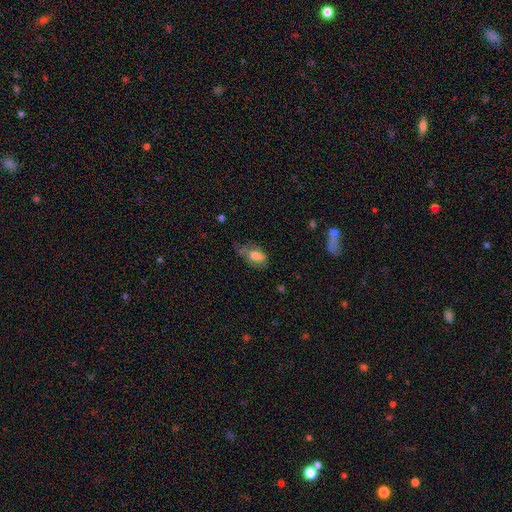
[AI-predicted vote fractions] Smooth or featured?
  - smooth: 64% *
  - featured or disk: 28%
  - star or artifact: 8%
How rounded?
  - in between: 89% *
  - round: 6%
  - cigar-shaped: 5%
Merging?
  - none: 43% *
  - minor disturbance: 34%
  - major disturbance: 20%
  - merger: 2%